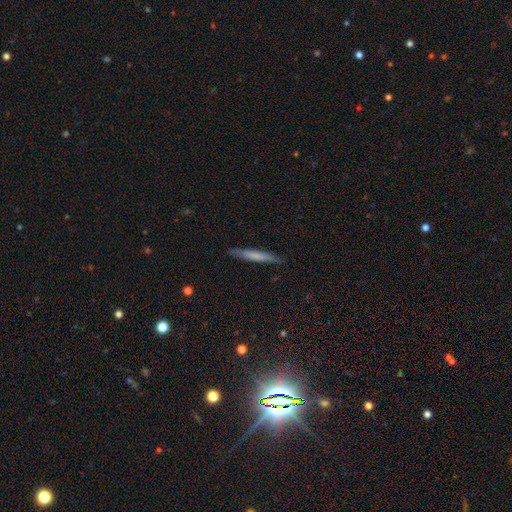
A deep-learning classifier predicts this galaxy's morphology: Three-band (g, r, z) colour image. It shows a smooth galaxy with no disk features (64%) that is cigar-shaped (95%). Merging: none (88%).